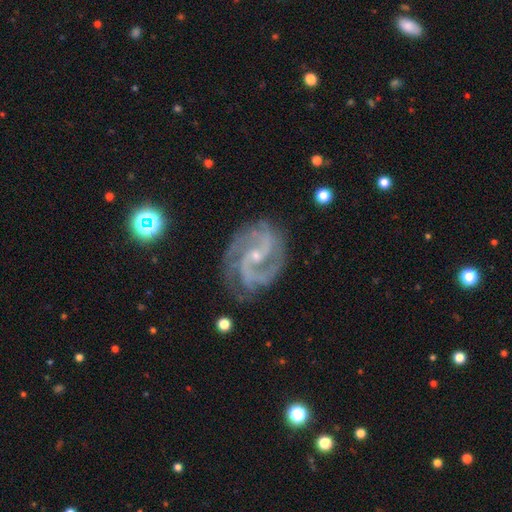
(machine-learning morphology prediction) featured or disk 91%, star or artifact 6%, smooth 3%. Down the decision tree: edge-on disk — no (98%); bar — weak (43%); spiral arms — yes (98%); spiral arm count — 2 (75%); spiral winding — medium (57%); bulge size — small (76%); merging — none (74%).